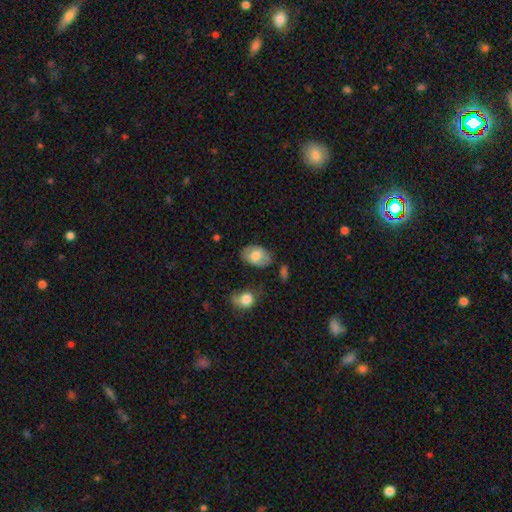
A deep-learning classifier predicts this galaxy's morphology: The model was most divided on "smooth or featured": smooth: 67%, featured or disk: 26%, star or artifact: 7%. More confident: how rounded — in between (88%); merging — none (73%).